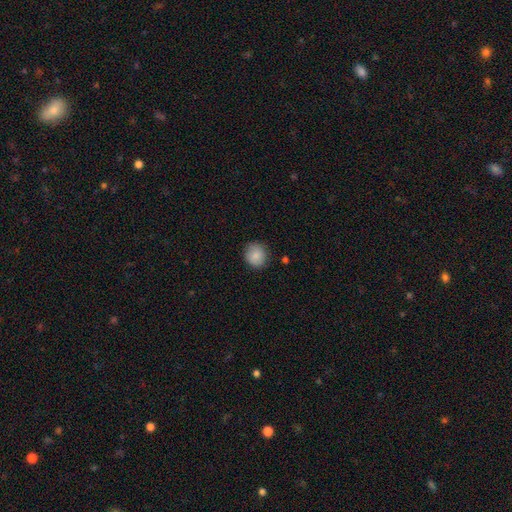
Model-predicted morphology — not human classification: Smooth or featured?
  - smooth: 87% *
  - star or artifact: 8%
  - featured or disk: 5%
How rounded?
  - round: 85% *
  - in between: 14%
  - cigar-shaped: 1%
Merging?
  - none: 86% *
  - minor disturbance: 10%
  - major disturbance: 2%
  - merger: 1%